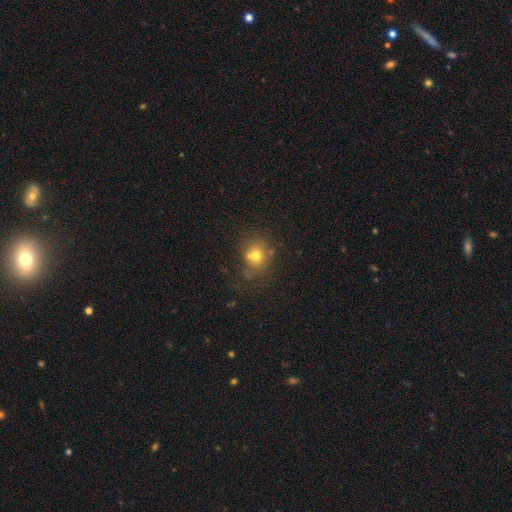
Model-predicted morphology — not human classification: smooth-or-featured: smooth: 68% | featured or disk: 17% | star or artifact: 15%
  how-rounded: round: 74% | in between: 25% | cigar-shaped: 1%
  merging: none: 54% | merger: 24% | minor disturbance: 15% | major disturbance: 7%